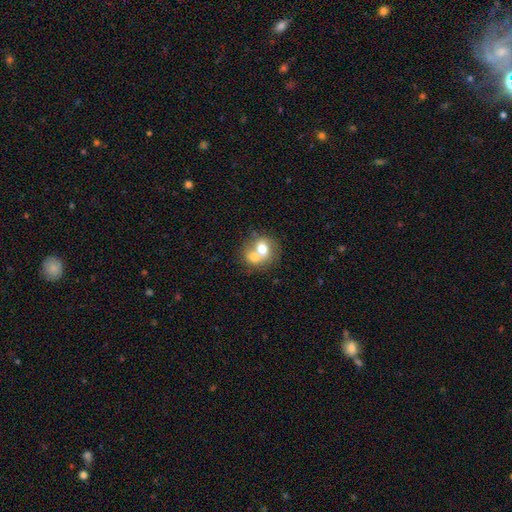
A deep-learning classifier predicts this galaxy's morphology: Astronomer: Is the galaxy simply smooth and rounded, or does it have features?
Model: smooth — 64%.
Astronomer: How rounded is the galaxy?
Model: round — 66%.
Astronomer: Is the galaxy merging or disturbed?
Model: merger — 64%.